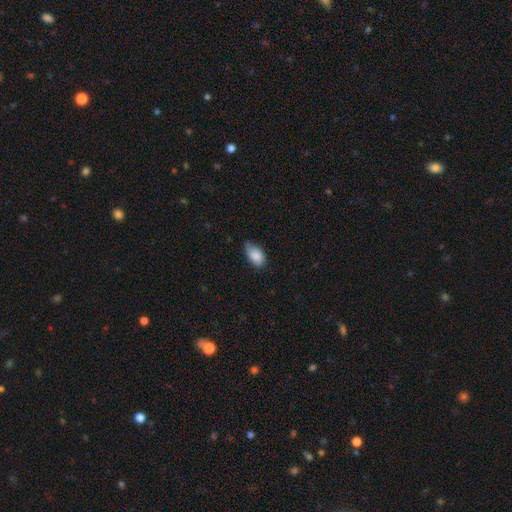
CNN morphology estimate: smooth_or_featured: smooth (p=0.85) [alt: featured or disk p=0.08]
how_rounded: in between (p=0.93) [alt: round p=0.05]
merging: none (p=0.46) [alt: minor disturbance p=0.43]